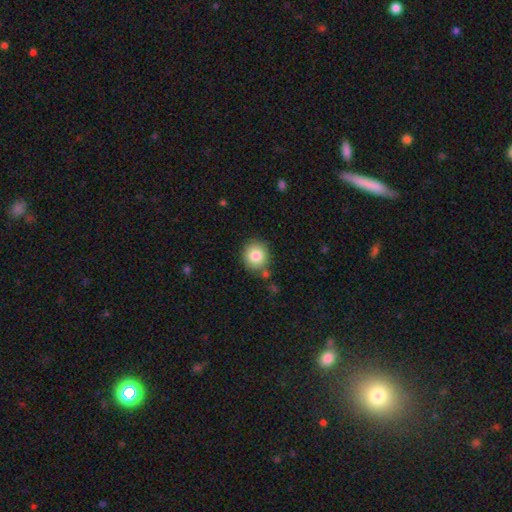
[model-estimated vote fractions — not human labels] The model was most divided on "merging": none: 81%, minor disturbance: 10%, merger: 6%, major disturbance: 3%. More confident: how rounded — round (89%); smooth or featured — smooth (82%).